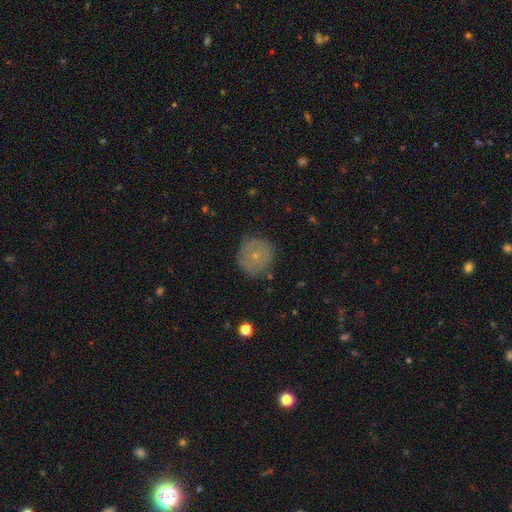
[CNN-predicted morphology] smooth_or_featured: smooth (p=0.65) [alt: featured or disk p=0.25]
how_rounded: round (p=0.93) [alt: in between p=0.06]
merging: none (p=0.83) [alt: minor disturbance p=0.13]